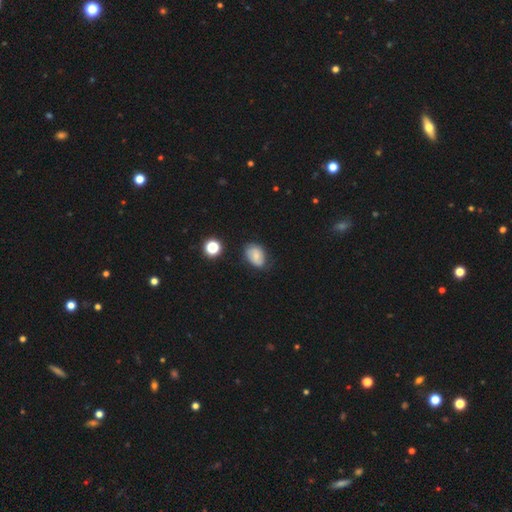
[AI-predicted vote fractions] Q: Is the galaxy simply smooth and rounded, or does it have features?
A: smooth — 68%.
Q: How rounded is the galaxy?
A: in between — 80%.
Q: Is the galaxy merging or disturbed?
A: none — 66%.